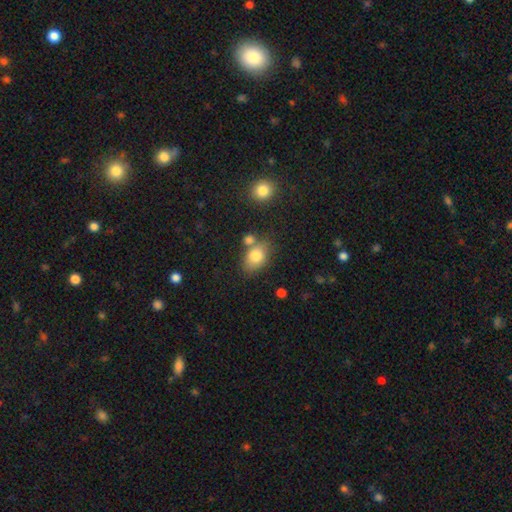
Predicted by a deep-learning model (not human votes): This is likely a smooth galaxy (79%). How rounded: likely in between (73%). Merging: possibly none (60%).